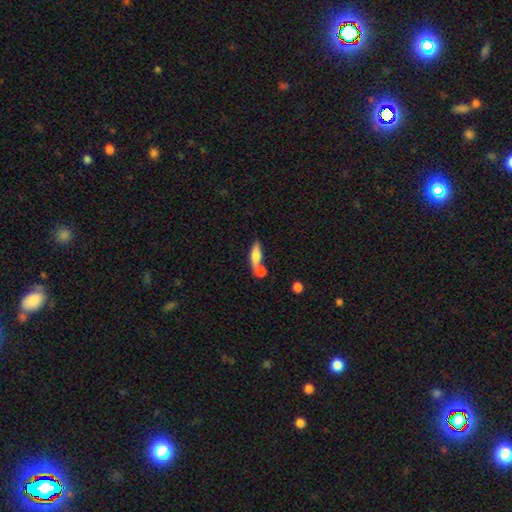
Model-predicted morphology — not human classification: type=smooth (70%); roundness=in between (54%); merging=none (42%, tied with merger).